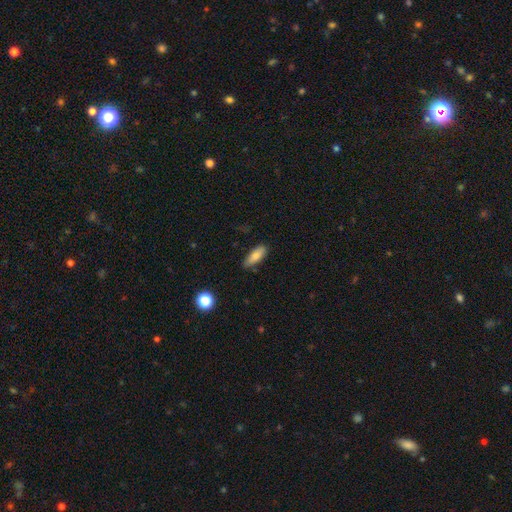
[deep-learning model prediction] smooth_or_featured: smooth (p=0.78) [alt: featured or disk p=0.14]
how_rounded: in between (p=0.64) [alt: cigar-shaped p=0.33]
merging: none (p=0.79) [alt: minor disturbance p=0.17]